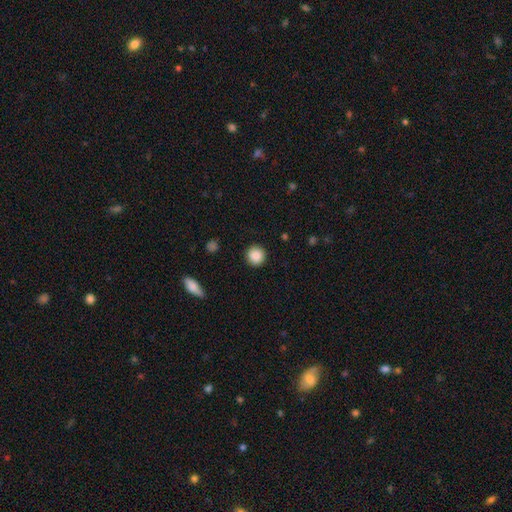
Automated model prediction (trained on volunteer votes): A smooth galaxy with no disk features (88%) that is round (94%). Merging: none (91%).